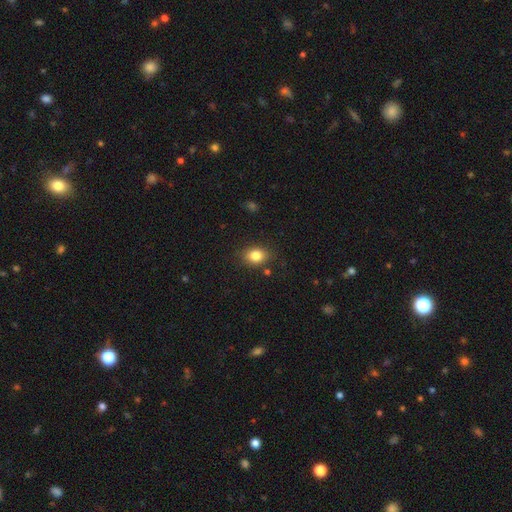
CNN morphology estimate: Q: Smooth or featured?
A: smooth (82%); runner-up: star or artifact (10%)
Q: How rounded?
A: in between (59%); runner-up: round (40%)
Q: Merging?
A: none (82%); runner-up: minor disturbance (12%)